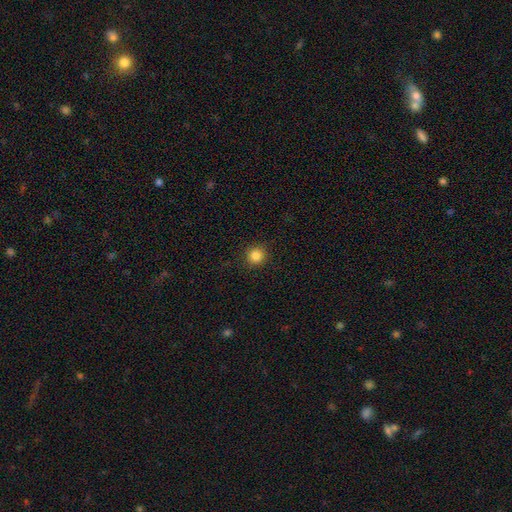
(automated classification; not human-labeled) smooth 85%, star or artifact 11%, featured or disk 4%. Down the decision tree: how rounded — round (95%); merging — none (91%).